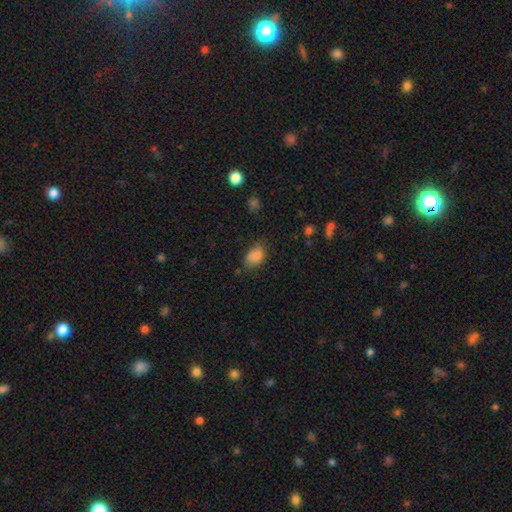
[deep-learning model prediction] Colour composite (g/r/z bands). It shows a smooth galaxy with no disk features (83%) that is in between round and cigar-shaped (85%). Merging: none (57%).